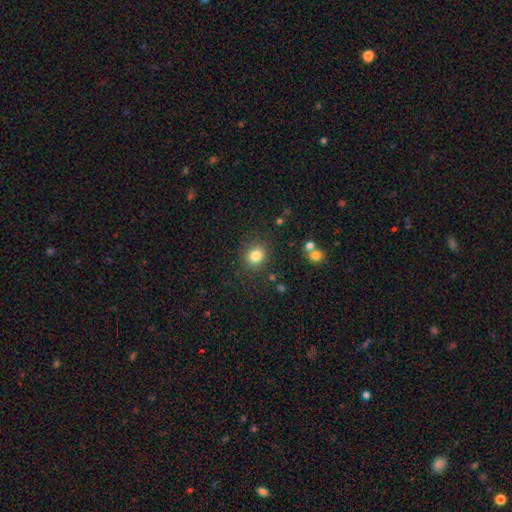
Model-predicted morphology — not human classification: smooth_or_featured: smooth (p=0.83) [alt: star or artifact p=0.11]
how_rounded: round (p=0.79) [alt: in between p=0.21]
merging: none (p=0.83) [alt: minor disturbance p=0.10]